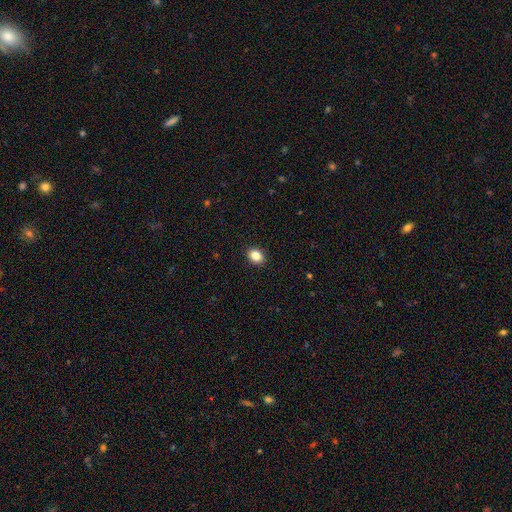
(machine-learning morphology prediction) smooth_or_featured: smooth (p=0.86) [alt: star or artifact p=0.09]
how_rounded: in between (p=0.62) [alt: round p=0.37]
merging: none (p=0.91) [alt: minor disturbance p=0.07]